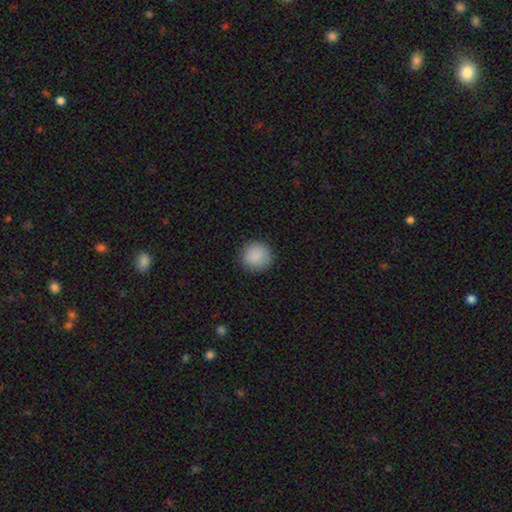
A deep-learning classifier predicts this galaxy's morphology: smooth_or_featured: smooth (p=0.89) [alt: star or artifact p=0.08]
how_rounded: round (p=0.92) [alt: in between p=0.07]
merging: none (p=0.89) [alt: minor disturbance p=0.08]